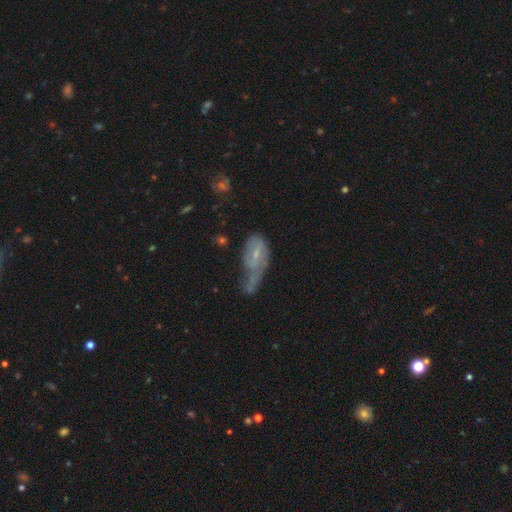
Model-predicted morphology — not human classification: Overall: featured or disk (50%; smooth 39%). Edge-on disk: no (92%). Merging: major disturbance (34%; merger 26%).